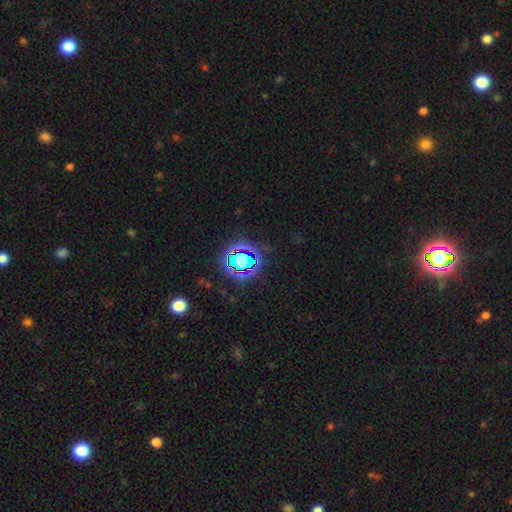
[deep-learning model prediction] Overall: star or artifact (77%).